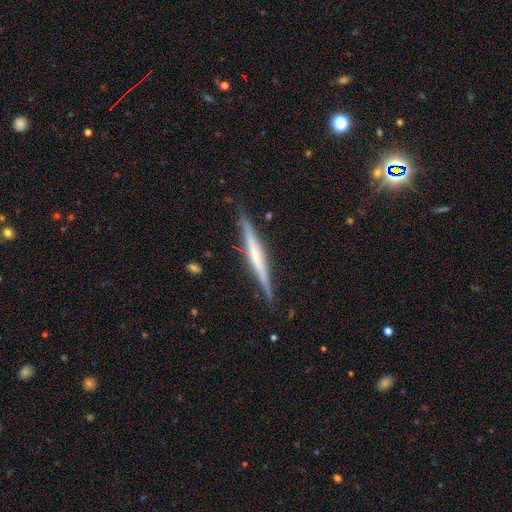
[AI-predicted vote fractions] Overall: featured or disk (70%). Edge-on disk: yes (97%). Edge-on bulge: rounded (48%; none 39%). Merging: none (86%).